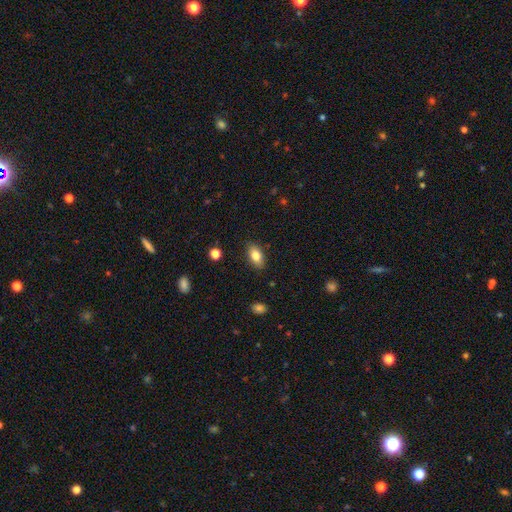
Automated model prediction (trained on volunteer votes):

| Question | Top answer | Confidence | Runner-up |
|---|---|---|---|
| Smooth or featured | smooth | 82% | featured or disk (10%) |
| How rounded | in between | 89% | cigar-shaped (6%) |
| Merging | none | 86% | minor disturbance (10%) |